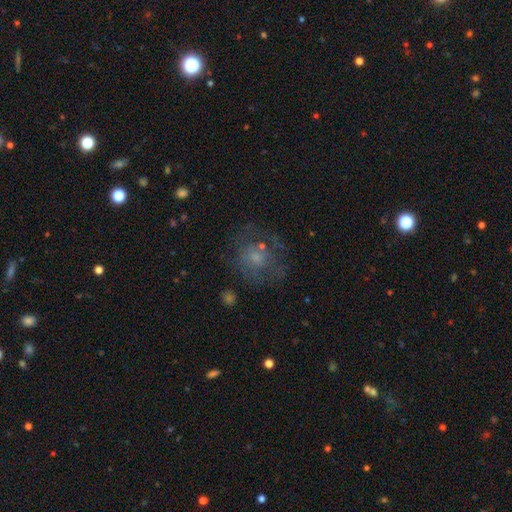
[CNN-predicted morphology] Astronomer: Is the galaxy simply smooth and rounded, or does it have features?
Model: featured or disk — 40%, tied with smooth at 40%.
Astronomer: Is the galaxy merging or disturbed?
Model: none — 61%.